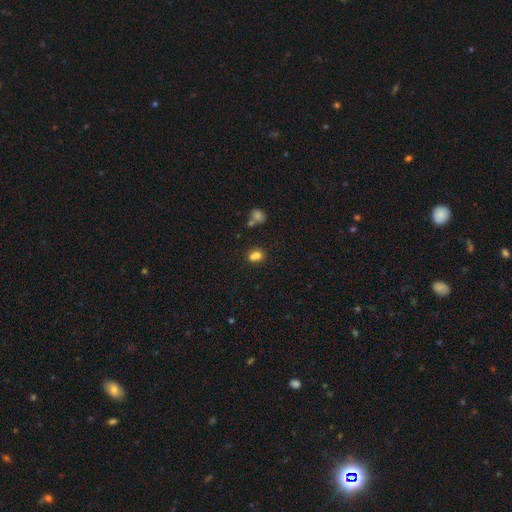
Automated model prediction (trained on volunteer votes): This is likely a smooth galaxy (75%). How rounded: possibly round (58%). Merging: marginally merger (45%).